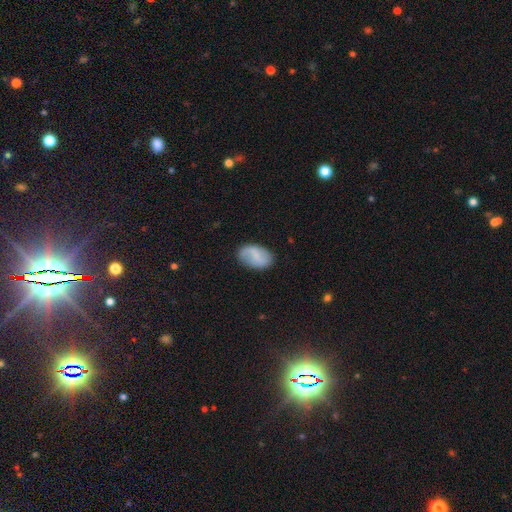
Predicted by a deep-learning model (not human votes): Morphology: type=smooth (58%); roundness=in between (91%); merging=none (81%).